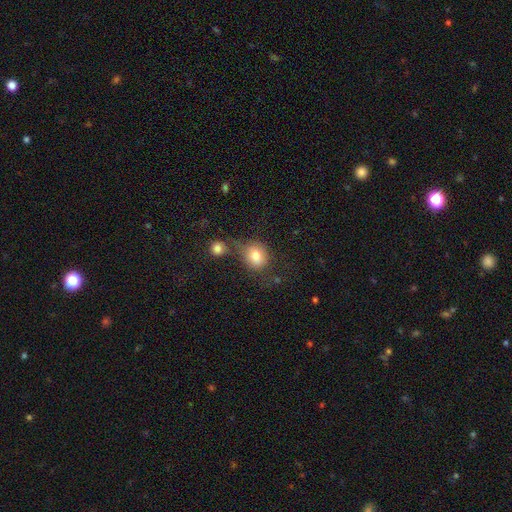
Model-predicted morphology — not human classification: The model was most divided on "merging": none: 48%, merger: 24%, minor disturbance: 18%, major disturbance: 10%. More confident: smooth or featured — smooth (80%); how rounded — round (65%).